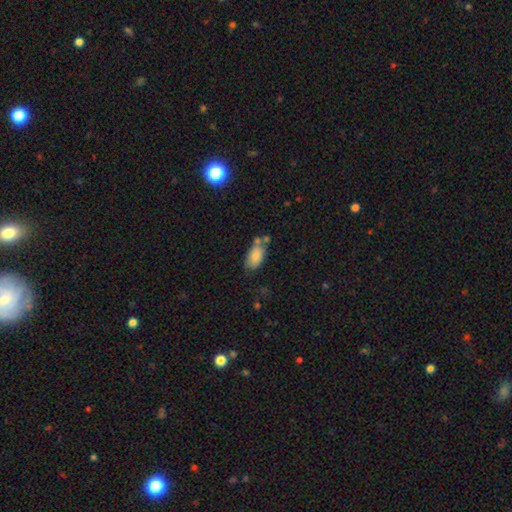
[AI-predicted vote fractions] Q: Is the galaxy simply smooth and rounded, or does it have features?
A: smooth — 81%.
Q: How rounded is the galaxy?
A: in between — 92%.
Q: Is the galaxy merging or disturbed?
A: none — 52%.